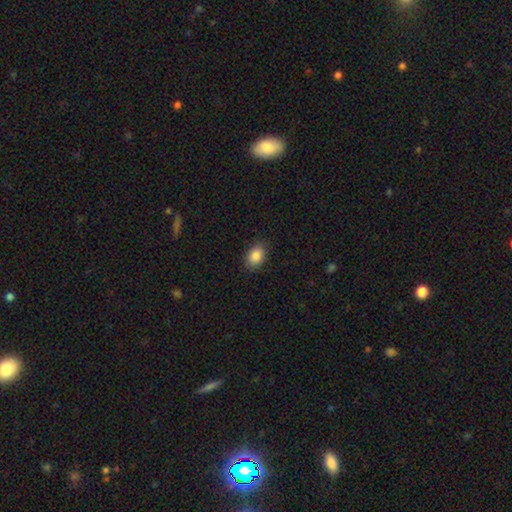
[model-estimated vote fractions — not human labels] This is clearly a smooth galaxy (88%). How rounded: likely in between (78%). Merging: clearly none (85%).